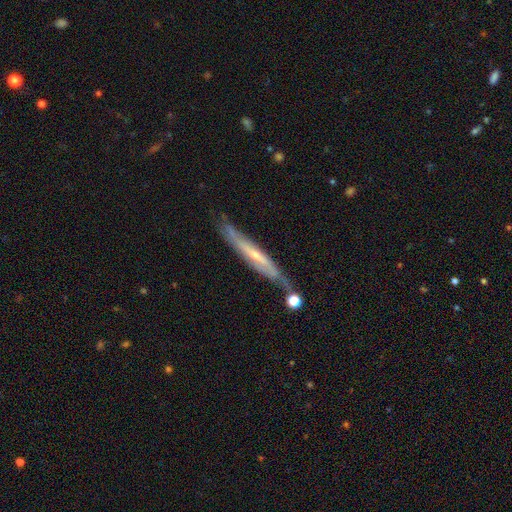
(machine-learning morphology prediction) featured or disk 70%, smooth 24%, star or artifact 6%. Down the decision tree: edge-on disk — yes (72%); edge-on bulge — none (56%); merging — none (57%).